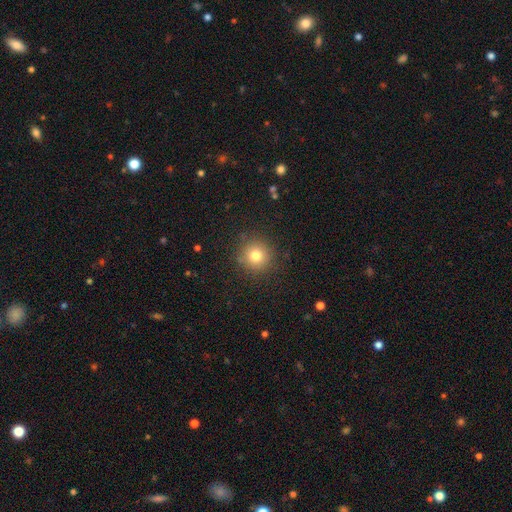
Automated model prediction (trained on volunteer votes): Smooth or featured?
  - smooth: 78% *
  - star or artifact: 13%
  - featured or disk: 8%
How rounded?
  - round: 94% *
  - in between: 5%
  - cigar-shaped: 1%
Merging?
  - none: 89% *
  - minor disturbance: 7%
  - major disturbance: 3%
  - merger: 1%